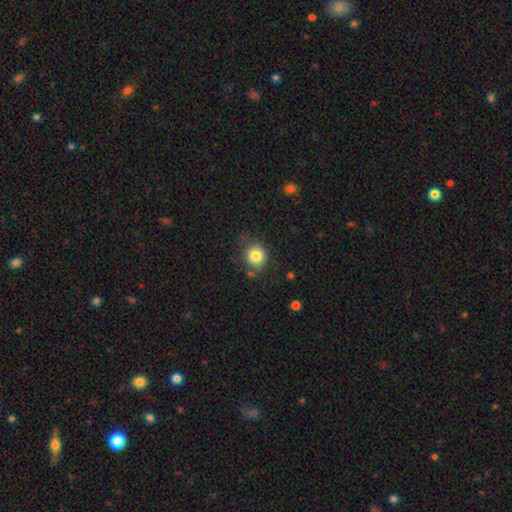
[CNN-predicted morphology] Smooth or featured?
  - smooth: 82% *
  - star or artifact: 10%
  - featured or disk: 8%
How rounded?
  - round: 86% *
  - in between: 13%
  - cigar-shaped: 1%
Merging?
  - none: 75% *
  - minor disturbance: 16%
  - major disturbance: 5%
  - merger: 4%